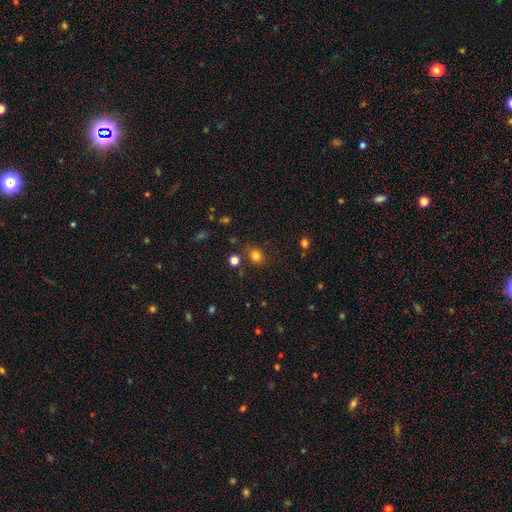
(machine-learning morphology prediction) Smooth or featured? smooth (81%)
How rounded? round (63%)
Merging? none (79%)